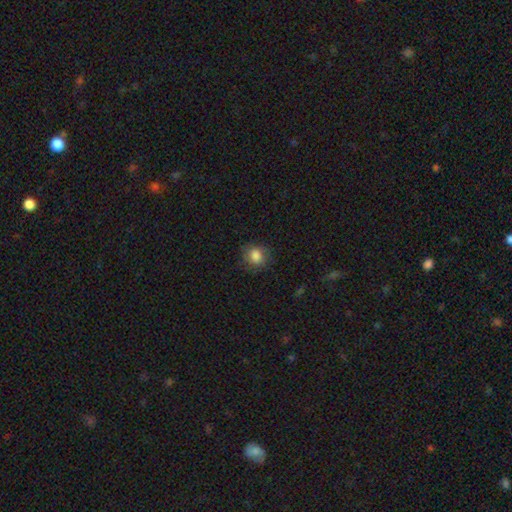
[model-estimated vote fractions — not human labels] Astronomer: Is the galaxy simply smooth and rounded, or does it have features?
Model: smooth — 83%.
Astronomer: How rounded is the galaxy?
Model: round — 74%.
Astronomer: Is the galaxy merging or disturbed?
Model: none — 78%.